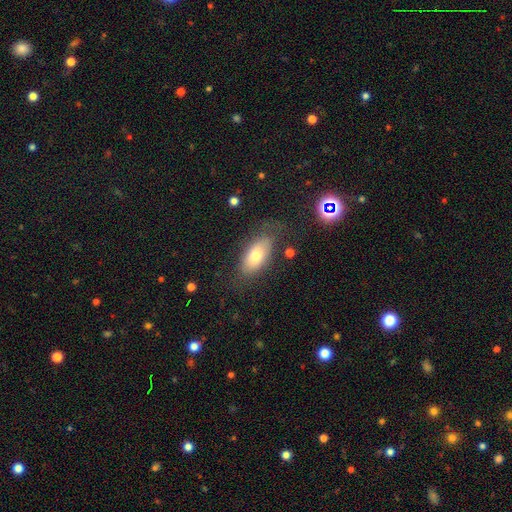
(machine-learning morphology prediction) smooth 68%, featured or disk 22%, star or artifact 10%. Down the decision tree: how rounded — in between (88%); merging — none (70%).